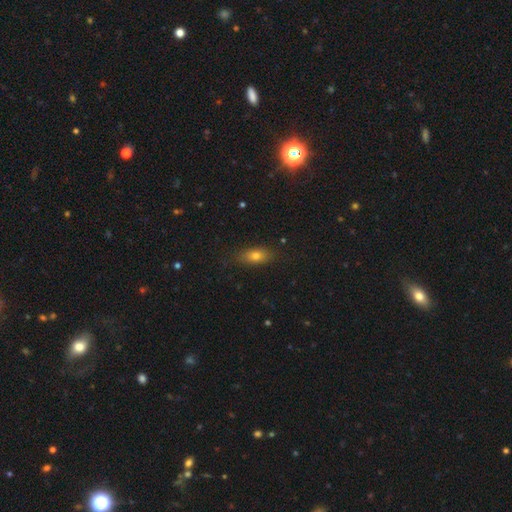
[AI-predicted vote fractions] Overall: smooth (74%). How rounded: in between (76%). Merging: none (83%).